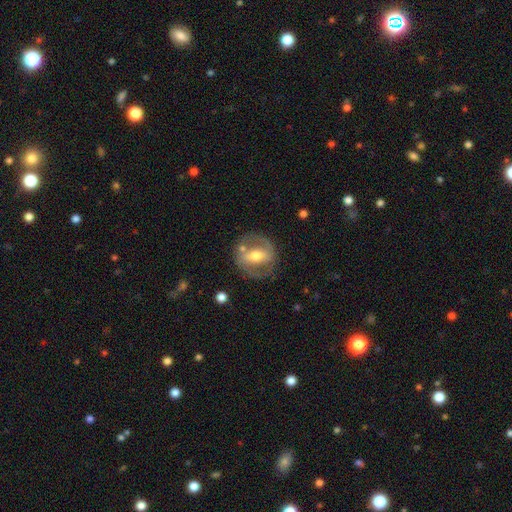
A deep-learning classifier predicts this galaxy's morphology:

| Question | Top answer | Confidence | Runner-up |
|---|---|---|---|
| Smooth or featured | featured or disk | 66% | smooth (28%) |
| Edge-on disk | no | 93% | yes (7%) |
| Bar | strong | 45% | weak (31%) |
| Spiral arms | no | 52% | yes (48%) |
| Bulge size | moderate | 68% | small (21%) |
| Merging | none | 72% | minor disturbance (15%) |